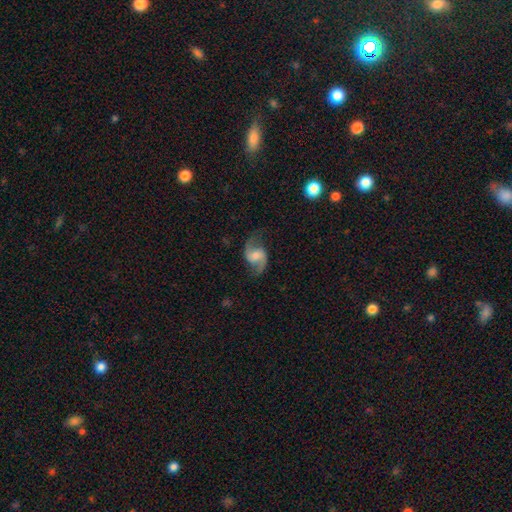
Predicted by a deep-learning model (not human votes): This appears to be a featured or disk galaxy (83%) with a weak bar (47%), 2 (93%) loose (60%) spiral arms (96%) and a moderate central bulge (38%). Merging: none (76%).